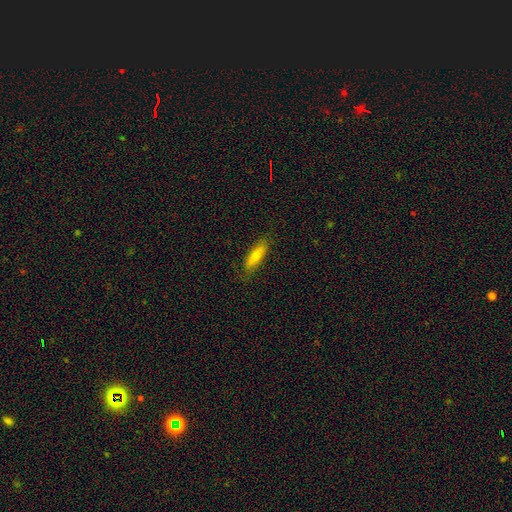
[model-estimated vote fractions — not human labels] Smooth or featured? smooth (63%)
How rounded? cigar-shaped (66%)
Merging? none (83%)